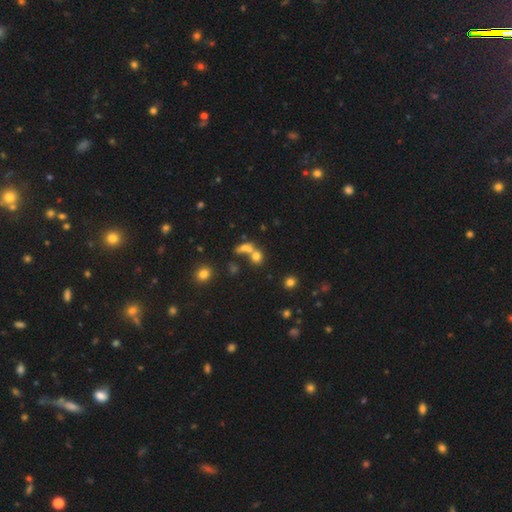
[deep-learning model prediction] smooth-or-featured: smooth: 68% | star or artifact: 18% | featured or disk: 14%
  how-rounded: round: 72% | in between: 26% | cigar-shaped: 3%
  merging: merger: 49% | none: 37% | minor disturbance: 7% | major disturbance: 6%